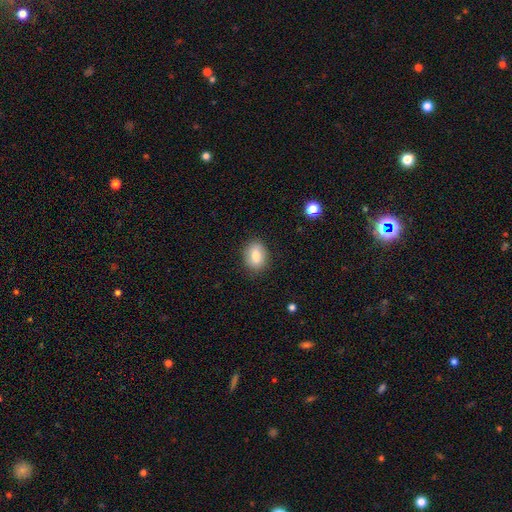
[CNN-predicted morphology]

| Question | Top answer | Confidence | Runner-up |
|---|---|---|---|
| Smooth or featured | smooth | 80% | featured or disk (12%) |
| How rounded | in between | 68% | round (30%) |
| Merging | none | 86% | minor disturbance (10%) |